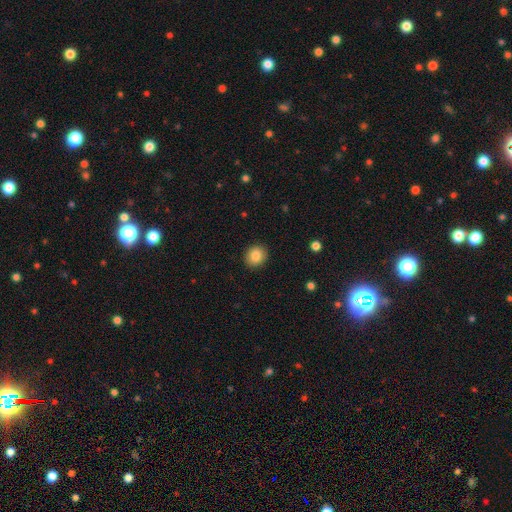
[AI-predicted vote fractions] smooth_or_featured: smooth (p=0.86) [alt: star or artifact p=0.09]
how_rounded: round (p=0.77) [alt: in between p=0.22]
merging: none (p=0.91) [alt: minor disturbance p=0.06]